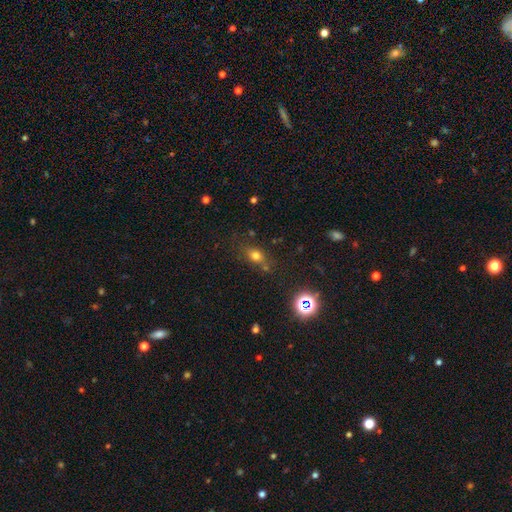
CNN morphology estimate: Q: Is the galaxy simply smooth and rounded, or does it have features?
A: smooth — 70%.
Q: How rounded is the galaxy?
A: in between — 55%.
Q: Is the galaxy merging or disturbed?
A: none — 67%.